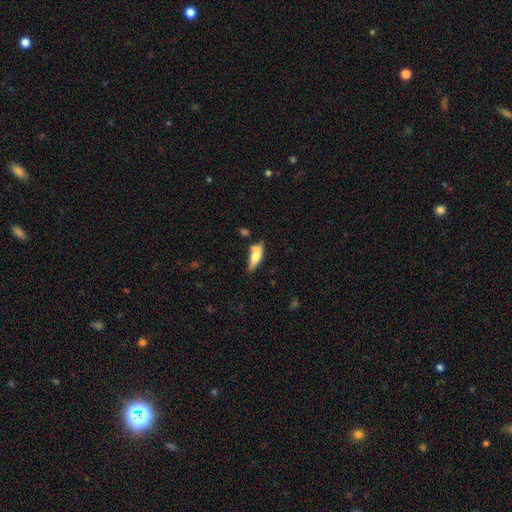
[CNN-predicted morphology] A smooth galaxy with no disk features (63%) that is in between round and cigar-shaped (61%).

Vote fractions:
- Smooth or featured? smooth: 63% / featured or disk: 31% / star or artifact: 7%
- How rounded? in between: 61% / cigar-shaped: 36% / round: 3%
- Merging? none: 41% / minor disturbance: 28% / merger: 19% / major disturbance: 12%